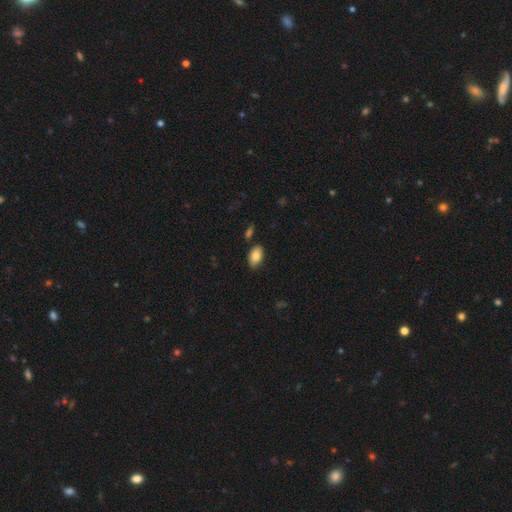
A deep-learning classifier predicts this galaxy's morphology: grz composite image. It shows a smooth galaxy with no disk features (85%) that is in between round and cigar-shaped (92%). Merging: none (80%).